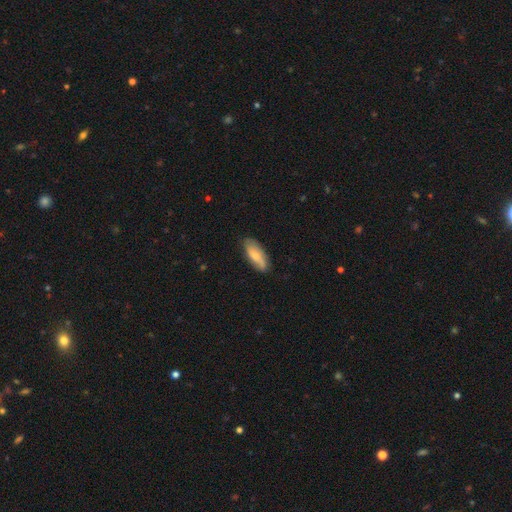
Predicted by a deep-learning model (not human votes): Smooth or featured?
  - smooth: 62% *
  - featured or disk: 32%
  - star or artifact: 6%
How rounded?
  - in between: 76% *
  - cigar-shaped: 22%
  - round: 2%
Merging?
  - none: 76% *
  - minor disturbance: 19%
  - major disturbance: 3%
  - merger: 1%